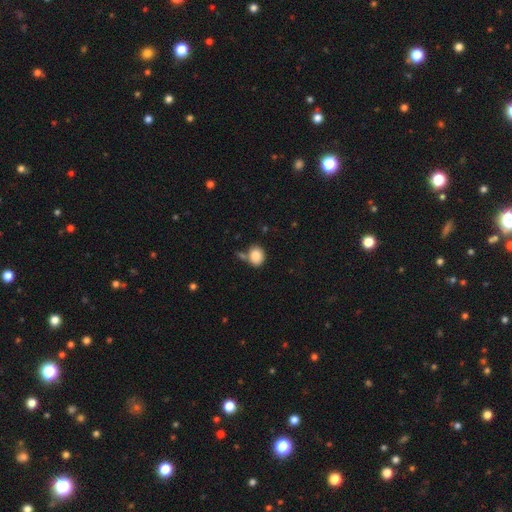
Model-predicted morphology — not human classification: This is clearly a smooth galaxy (87%). How rounded: possibly round (53%). Merging: likely none (62%).